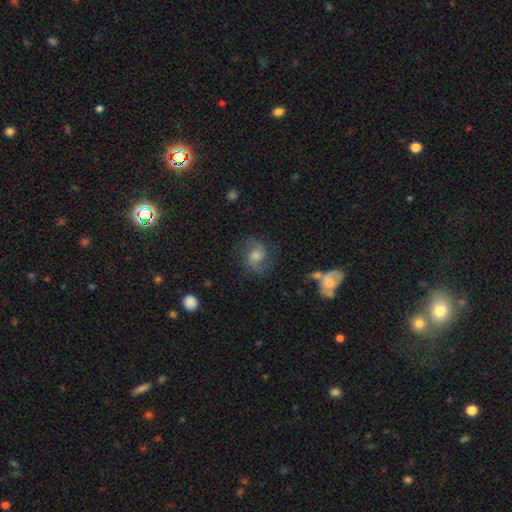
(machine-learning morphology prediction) Overall: featured or disk (75%). Edge-on disk: no (97%). Bar: no (48%; weak 43%). Spiral arms: yes (95%). Spiral arm count: 2 (88%). Spiral winding: medium (52%; loose 31%). Bulge size: moderate (55%; small 26%). Merging: none (76%).